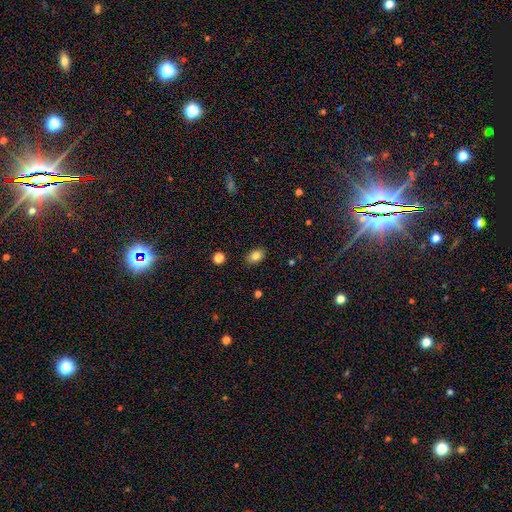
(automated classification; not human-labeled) smooth-or-featured: smooth: 83% | star or artifact: 10% | featured or disk: 8%
  how-rounded: in between: 81% | round: 18% | cigar-shaped: 1%
  merging: none: 88% | minor disturbance: 9% | major disturbance: 2% | merger: 1%